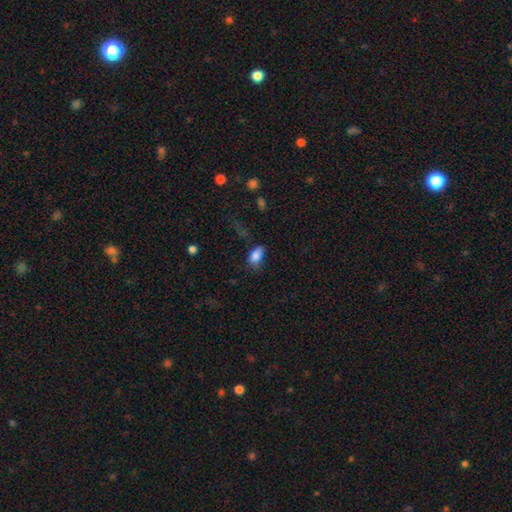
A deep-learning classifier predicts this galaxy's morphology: smooth 85%, star or artifact 9%, featured or disk 7%. Down the decision tree: how rounded — in between (91%); merging — none (51%).